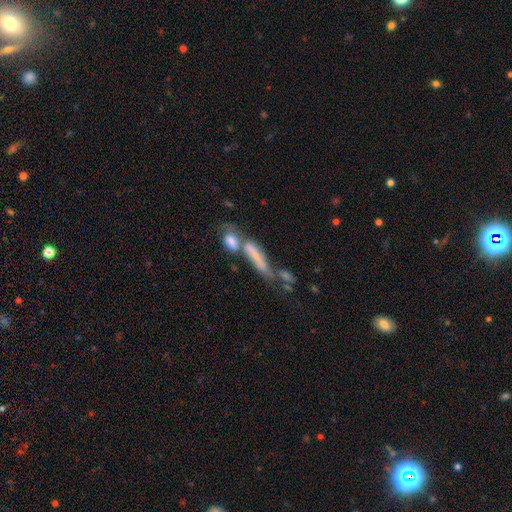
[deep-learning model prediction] Smooth or featured? Predicted: smooth (p=0.55). How rounded? Predicted: cigar-shaped (p=0.66). Merging? Predicted: merger (p=0.57).